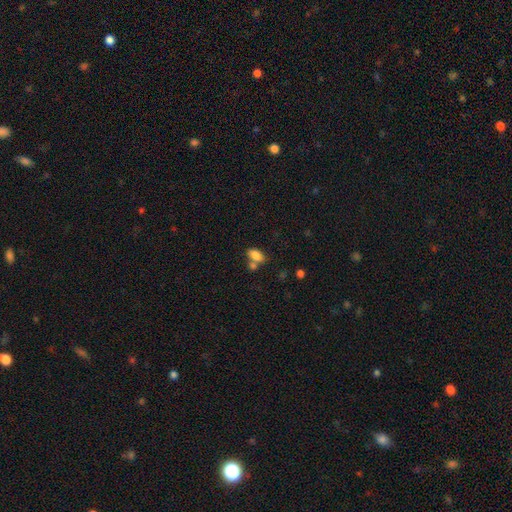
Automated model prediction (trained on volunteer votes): Smooth or featured: smooth — 84% (star or artifact — 9%)
How rounded: in between — 90% (round — 7%)
Merging: none — 49% (merger — 34%)